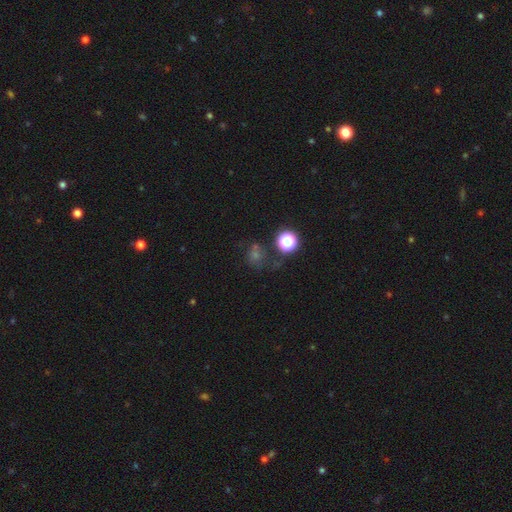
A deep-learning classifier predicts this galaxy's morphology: This is marginally a smooth galaxy (43%, tied with star or artifact). Merging: possibly none (59%).